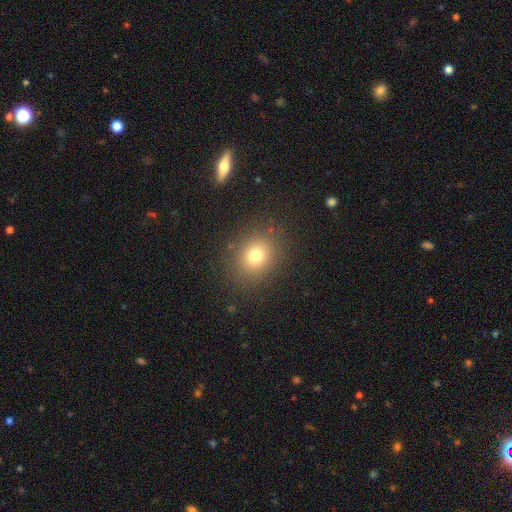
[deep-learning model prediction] Smooth or featured?
  - smooth: 74% *
  - star or artifact: 16%
  - featured or disk: 10%
How rounded?
  - round: 68% *
  - in between: 31%
  - cigar-shaped: 1%
Merging?
  - none: 86% *
  - minor disturbance: 8%
  - major disturbance: 4%
  - merger: 1%